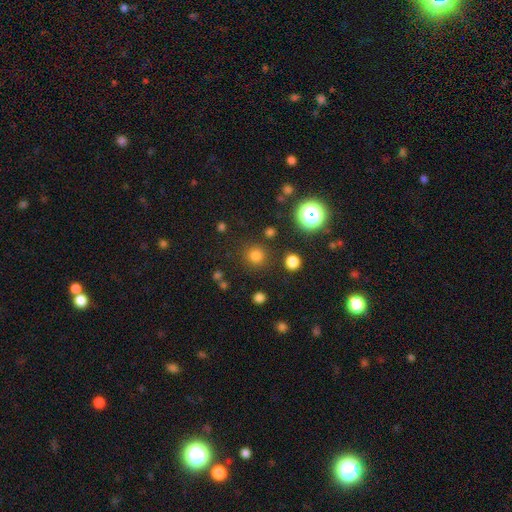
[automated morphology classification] The model was most divided on "smooth or featured": smooth: 76%, star or artifact: 19%, featured or disk: 5%. More confident: how rounded — round (94%); merging — none (87%).